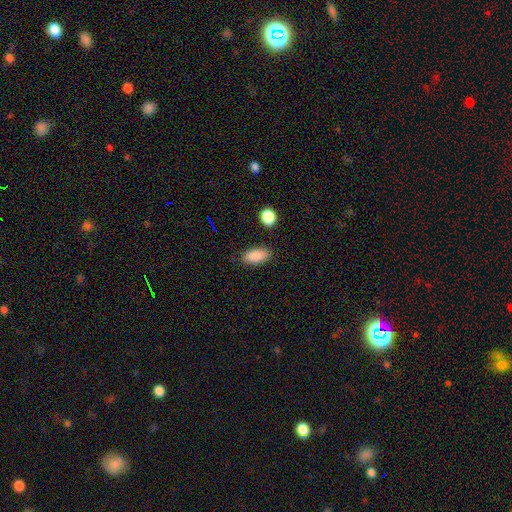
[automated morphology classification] Smooth or featured: smooth — 88% (star or artifact — 7%)
How rounded: in between — 91% (cigar-shaped — 5%)
Merging: none — 82% (minor disturbance — 12%)